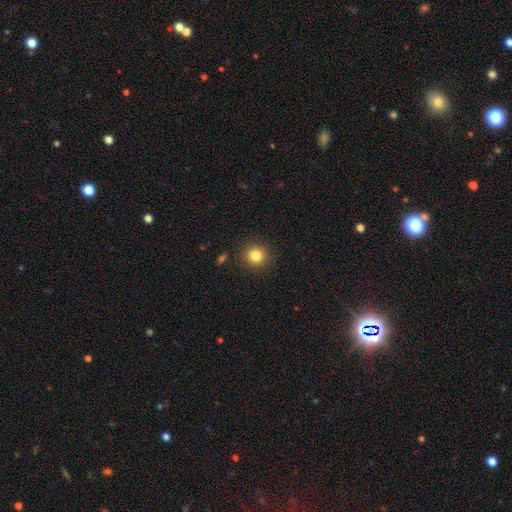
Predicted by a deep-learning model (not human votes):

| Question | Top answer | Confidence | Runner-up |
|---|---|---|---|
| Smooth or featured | smooth | 83% | star or artifact (11%) |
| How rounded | round | 93% | in between (7%) |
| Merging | none | 90% | minor disturbance (6%) |